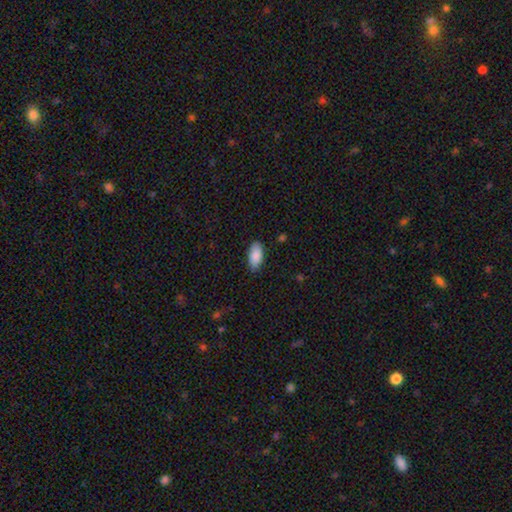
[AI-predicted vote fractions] smooth_or_featured: smooth (p=0.88) [alt: star or artifact p=0.06]
how_rounded: in between (p=0.92) [alt: cigar-shaped p=0.06]
merging: none (p=0.85) [alt: minor disturbance p=0.12]